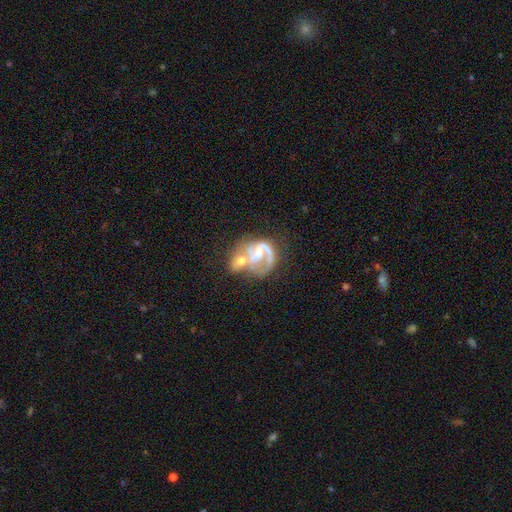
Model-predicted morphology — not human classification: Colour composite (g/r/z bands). It shows a featured or disk galaxy (71%) with no bar (43%), spiral arms (64%) and a moderate central bulge (41%). Merging: merger (52%).